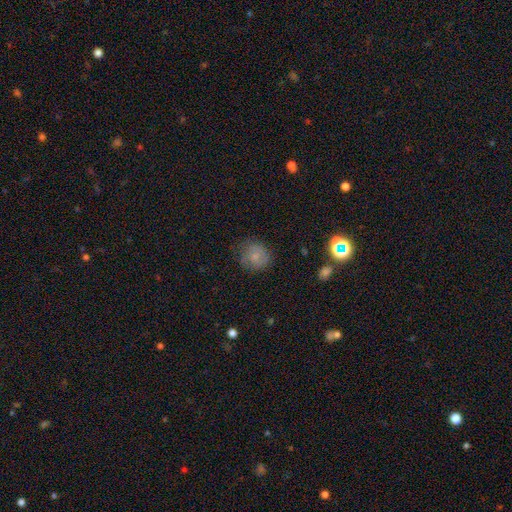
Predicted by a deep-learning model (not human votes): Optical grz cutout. It shows a smooth galaxy with no disk features (68%) that is round (83%). Merging: none (69%).